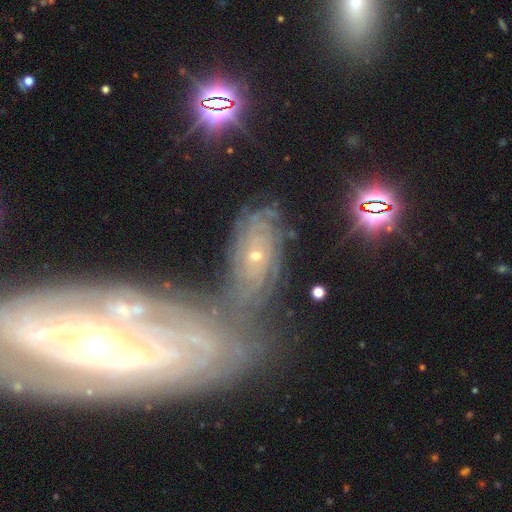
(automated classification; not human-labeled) featured or disk 70%, smooth 16%, star or artifact 14%. Down the decision tree: edge-on disk — no (91%); bar — no (71%); spiral arms — yes (82%); spiral arm count — can't tell (54%); spiral winding — tight (72%); bulge size — small (66%); merging — none (39%).